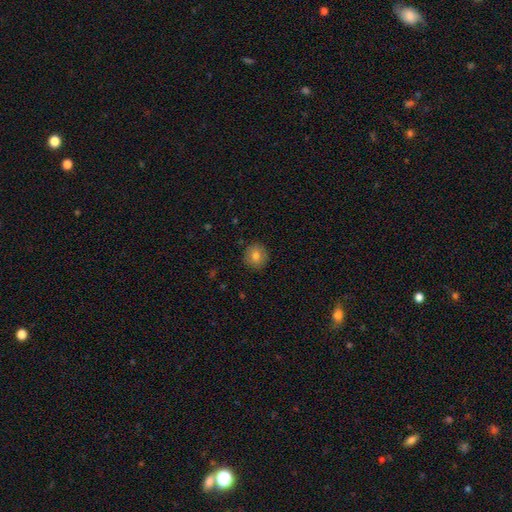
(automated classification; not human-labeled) smooth-or-featured: smooth: 76% | featured or disk: 15% | star or artifact: 9%
  how-rounded: round: 88% | in between: 11% | cigar-shaped: 1%
  merging: none: 89% | minor disturbance: 8% | major disturbance: 2% | merger: 1%